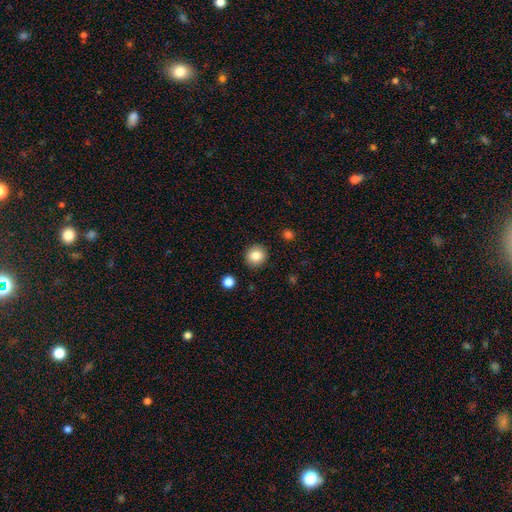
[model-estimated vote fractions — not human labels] Smooth or featured? Predicted: smooth (p=0.84). How rounded? Predicted: round (p=0.91). Merging? Predicted: none (p=0.91).